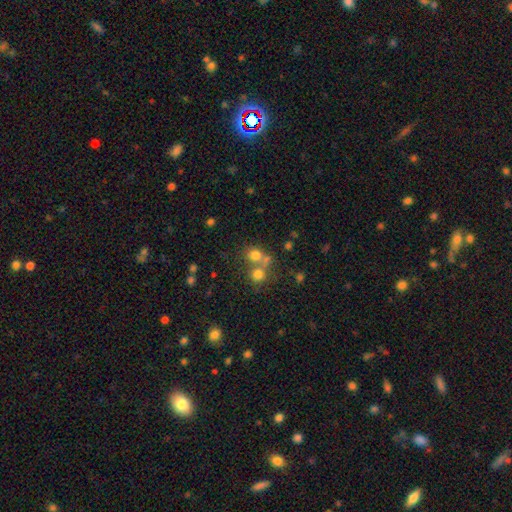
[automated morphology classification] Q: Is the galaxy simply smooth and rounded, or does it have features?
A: smooth — 71%.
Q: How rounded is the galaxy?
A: round — 79%.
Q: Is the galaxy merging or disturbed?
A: none — 47%.